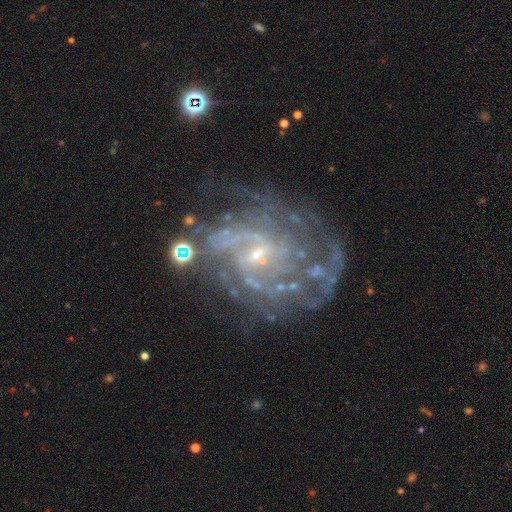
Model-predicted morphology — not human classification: A featured or disk galaxy (86%) with a weak bar (51%), tight (47%) spiral arms (93%) and a small central bulge (73%).

Vote fractions:
- Smooth or featured? featured or disk: 86% / star or artifact: 8% / smooth: 5%
- Edge-on disk? no: 98% / yes: 2%
- Bar? weak: 51% / no: 36% / strong: 13%
- Spiral arms? yes: 93% / no: 7%
- Spiral winding? tight: 47% / medium: 40% / loose: 13%
- Spiral arm count? can't tell: 35% / 2: 17% / 3: 17% / 4: 15% / more than 4: 9% / 1: 7%
- Bulge size? small: 73% / moderate: 14% / none: 11% / large: 1% / dominant: 1%
- Merging? none: 57% / minor disturbance: 20% / major disturbance: 19% / merger: 5%